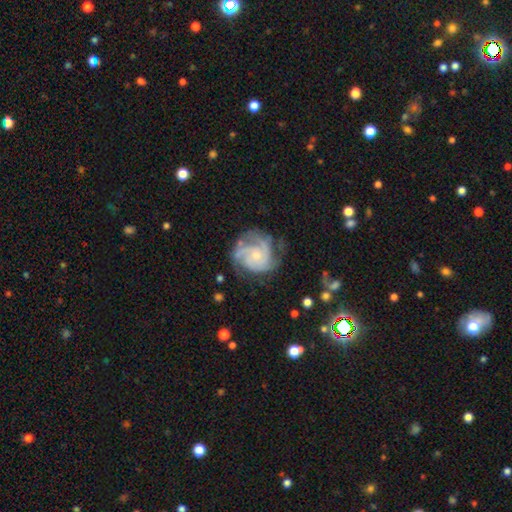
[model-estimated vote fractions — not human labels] This is clearly a featured or disk galaxy (86%). It is clearly not viewed edge-on (98%). Bar: likely no (76%). Spiral arm pattern: clearly yes (97%). Spiral arm count: possibly 3 (47%). Spiral winding: possibly tight (54%). Central bulge: likely small (65%). Merging: likely none (64%).